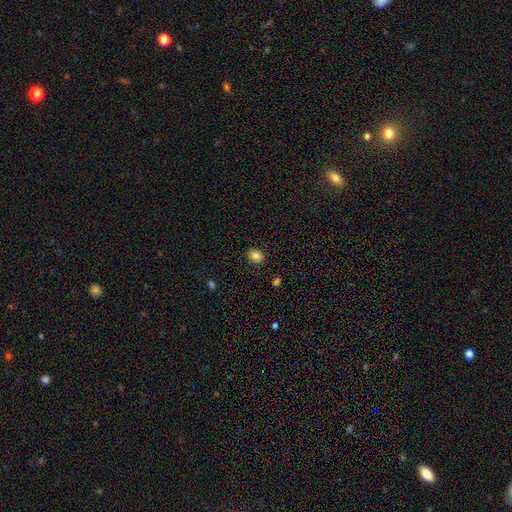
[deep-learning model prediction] Overall: smooth (84%). How rounded: in between (61%; round 38%). Merging: none (83%).